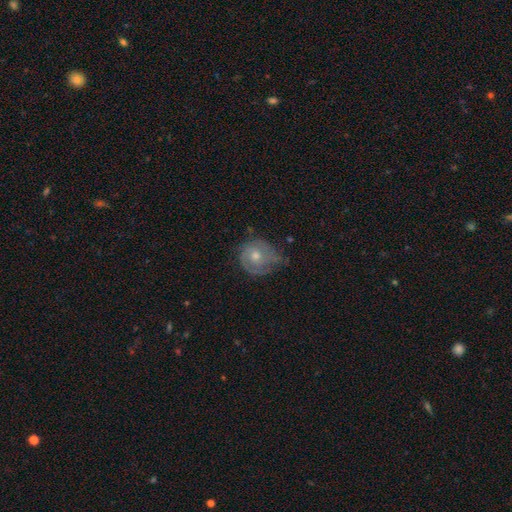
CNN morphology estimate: This is likely a featured or disk galaxy (69%). It is clearly not viewed edge-on (97%). Bar: likely no (79%). Spiral arm pattern: clearly yes (85%). Spiral arm count: marginally 2 (38%). Spiral winding: likely tight (63%). Central bulge: likely moderate (66%). Merging: possibly none (60%).